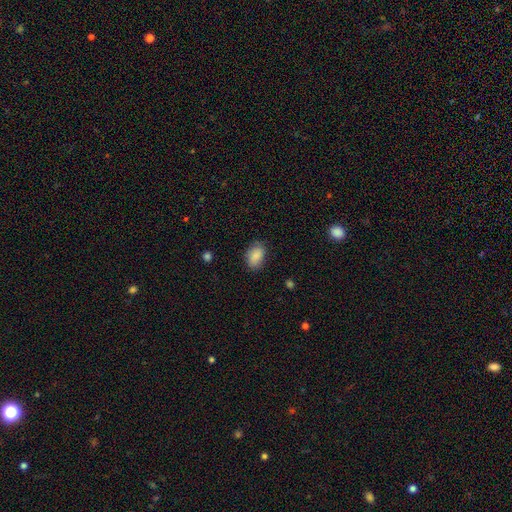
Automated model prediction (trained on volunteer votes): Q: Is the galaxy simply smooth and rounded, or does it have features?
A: smooth — 87%.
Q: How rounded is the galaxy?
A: in between — 86%.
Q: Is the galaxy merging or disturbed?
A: none — 76%.